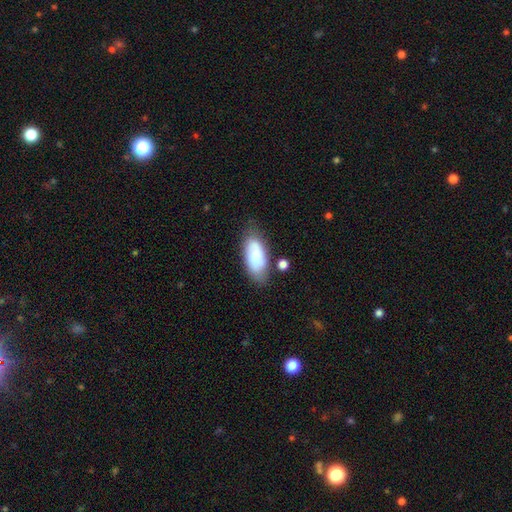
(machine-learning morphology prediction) This is likely a smooth galaxy (77%). How rounded: clearly in between (89%). Merging: likely none (67%).